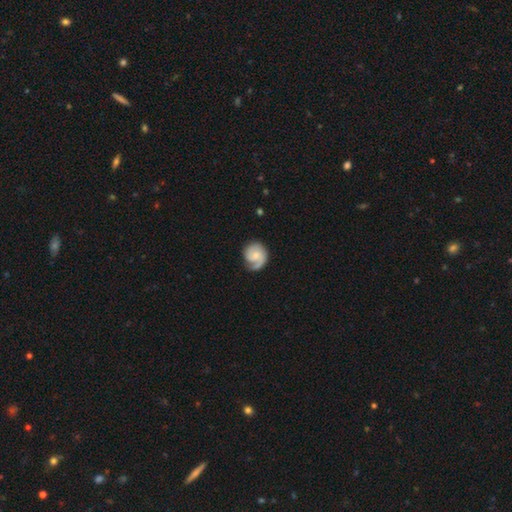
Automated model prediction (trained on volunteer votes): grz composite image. It shows a featured or disk galaxy (65%) with no bar (63%), 1 (49%) tight (44%) spiral arms (93%) and a small central bulge (51%). Merging: none (64%).